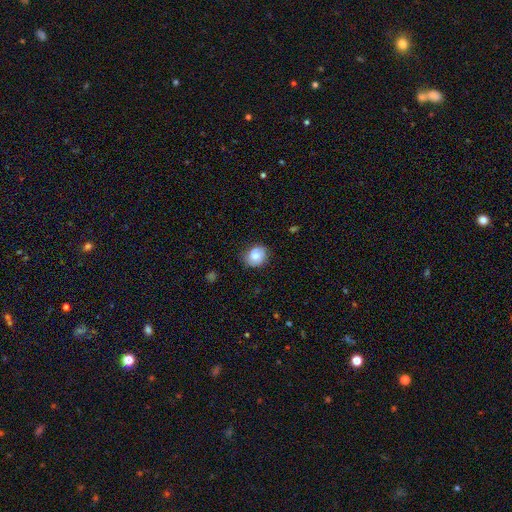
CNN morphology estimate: Overall: smooth (70%). How rounded: round (64%; in between 35%). Merging: none (72%).